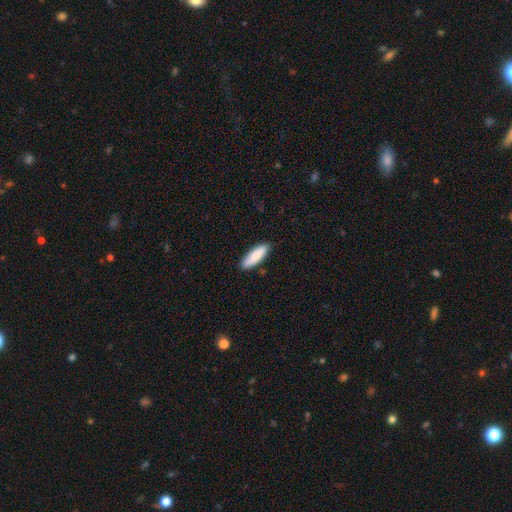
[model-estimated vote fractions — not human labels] This appears to be a smooth galaxy with no disk features (83%) that is in between round and cigar-shaped (51%). Merging: none (86%).